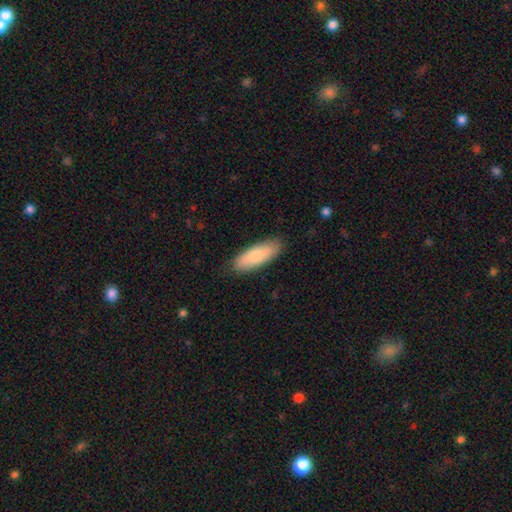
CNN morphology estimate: This is likely a smooth galaxy (79%). How rounded: likely in between (63%). Merging: clearly none (86%).